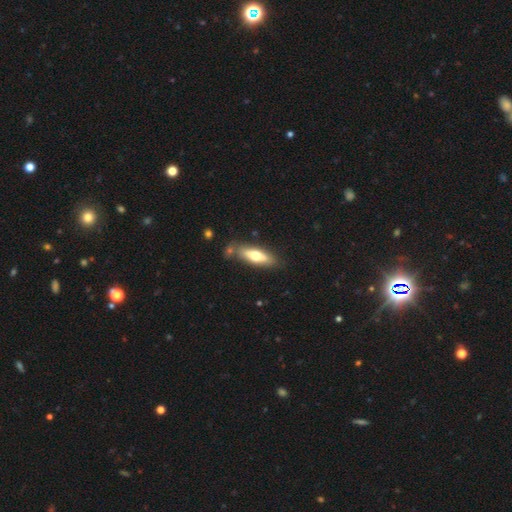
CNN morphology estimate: Smooth or featured?
  - smooth: 58% *
  - featured or disk: 36%
  - star or artifact: 6%
How rounded?
  - in between: 54% *
  - cigar-shaped: 43%
  - round: 2%
Merging?
  - none: 72% *
  - minor disturbance: 15%
  - merger: 9%
  - major disturbance: 4%